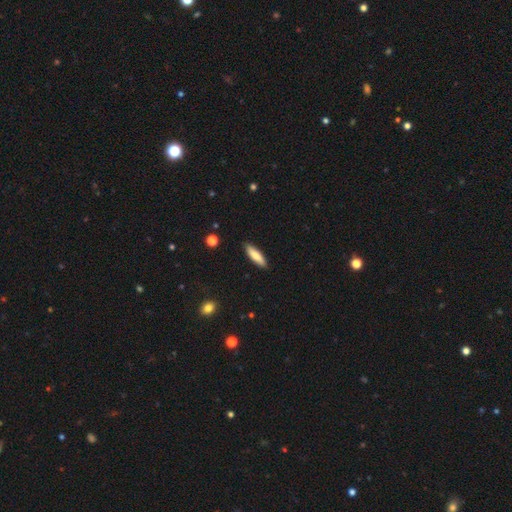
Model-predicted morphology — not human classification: Smooth or featured? smooth (79%)
How rounded? cigar-shaped (62%)
Merging? none (89%)